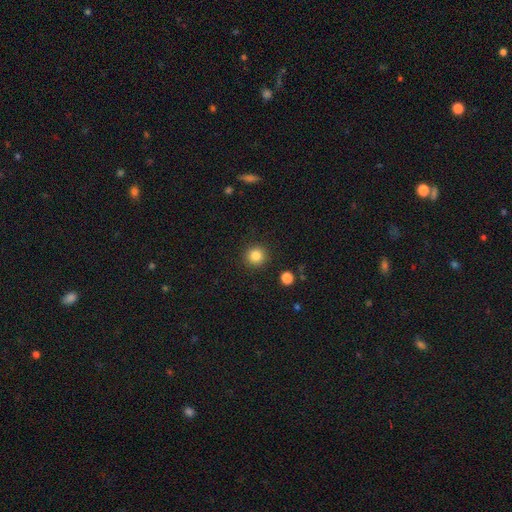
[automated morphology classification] type=smooth (85%); roundness=round (94%); merging=none (91%).